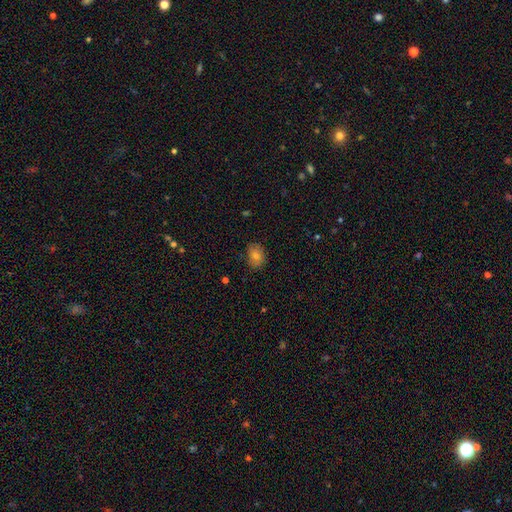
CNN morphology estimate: A smooth galaxy with no disk features (74%) that is in between round and cigar-shaped (62%). Merging: none (82%).